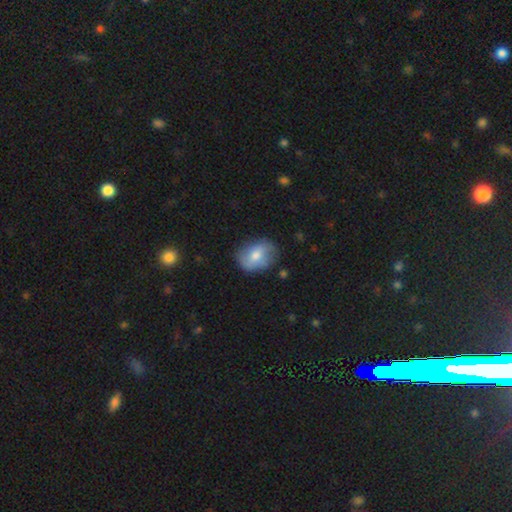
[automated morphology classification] smooth-or-featured: smooth: 60% | featured or disk: 33% | star or artifact: 7%
  how-rounded: in between: 67% | round: 32% | cigar-shaped: 1%
  merging: none: 71% | minor disturbance: 21% | major disturbance: 6% | merger: 2%